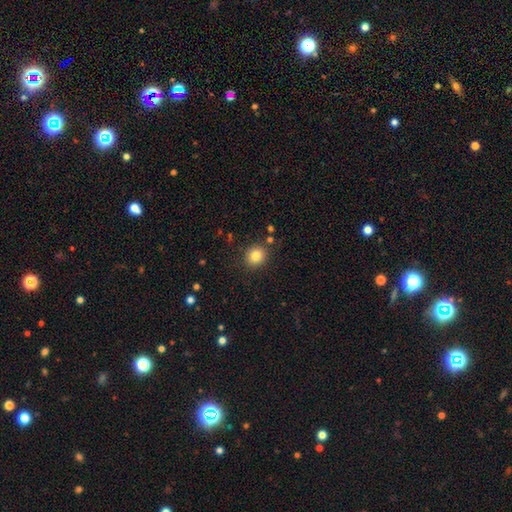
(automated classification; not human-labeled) smooth_or_featured: smooth (p=0.83) [alt: star or artifact p=0.11]
how_rounded: round (p=0.78) [alt: in between p=0.21]
merging: none (p=0.86) [alt: minor disturbance p=0.08]